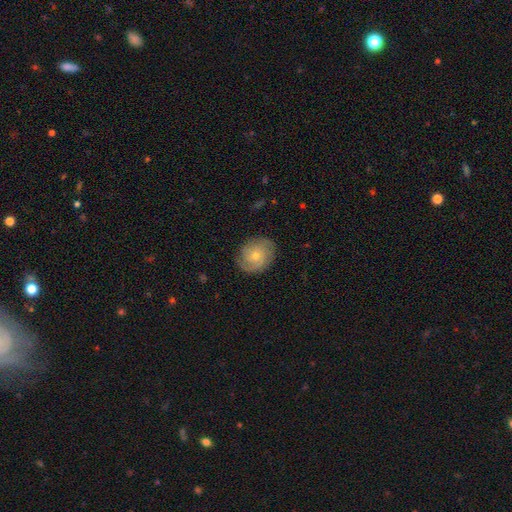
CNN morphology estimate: smooth-or-featured: featured or disk: 66% | smooth: 26% | star or artifact: 8%
  disk-edge-on: no: 97% | yes: 3%
    bar: no: 78% | weak: 19% | strong: 3%
    has-spiral-arms: yes: 90% | no: 10%
      spiral-winding: tight: 63% | medium: 28% | loose: 8%
      spiral-arm-count: 2: 43% | can't tell: 27% | 3: 15% | 1: 7% | 4: 4% | more than 4: 3%
    bulge-size: small: 58% | moderate: 39% | large: 1% | none: 1% | dominant: 1%
  merging: none: 82% | minor disturbance: 13% | major disturbance: 4% | merger: 1%